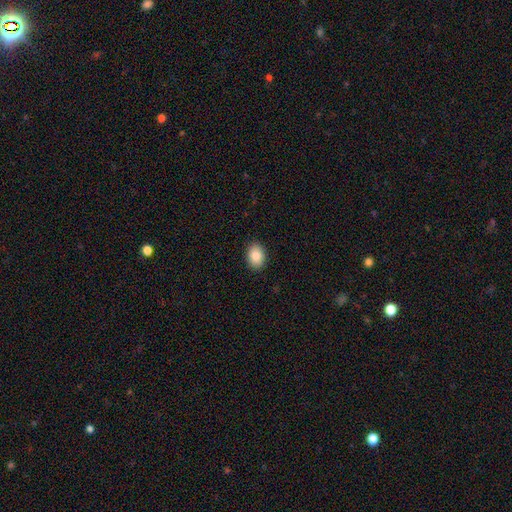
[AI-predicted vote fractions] This is clearly a smooth galaxy (86%). How rounded: likely in between (76%). Merging: clearly none (90%).